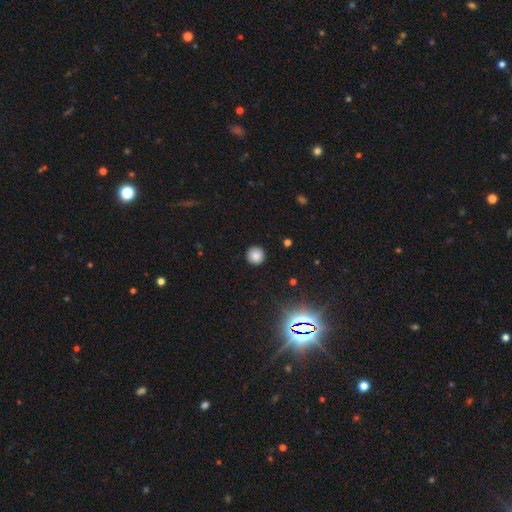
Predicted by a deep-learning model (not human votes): This is clearly a smooth galaxy (83%). How rounded: clearly round (95%). Merging: clearly none (92%).